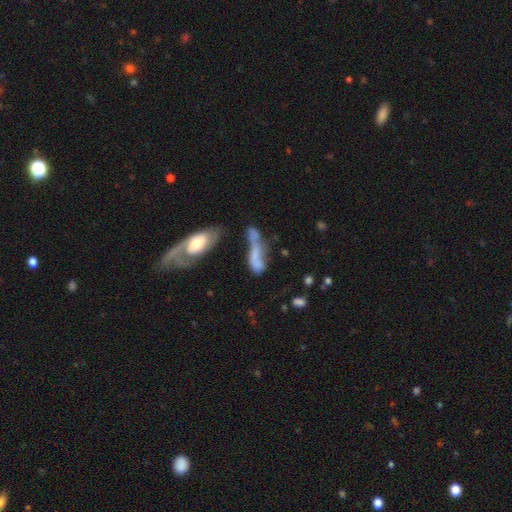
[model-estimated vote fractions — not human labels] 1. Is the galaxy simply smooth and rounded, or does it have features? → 46% smooth, 43% featured or disk, 11% star or artifact.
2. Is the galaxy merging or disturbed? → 33% merger, 26% none, 24% major disturbance, 17% minor disturbance.